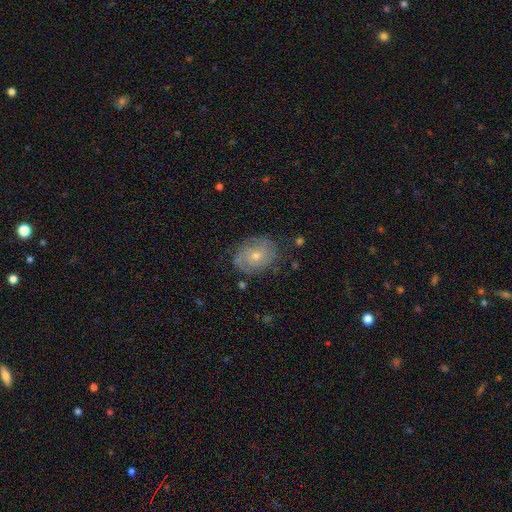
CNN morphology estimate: smooth-or-featured: featured or disk: 68% | smooth: 23% | star or artifact: 10%
  disk-edge-on: no: 97% | yes: 3%
    bar: no: 78% | weak: 19% | strong: 3%
    has-spiral-arms: yes: 87% | no: 13%
      spiral-winding: tight: 60% | medium: 30% | loose: 9%
      spiral-arm-count: 2: 39% | can't tell: 36% | 3: 12% | 1: 5% | 4: 4% | more than 4: 4%
    bulge-size: moderate: 48% (tied) | small: 48% (tied) | large: 2% | none: 1% | dominant: 1%
  merging: none: 76% | minor disturbance: 17% | major disturbance: 6% | merger: 1%